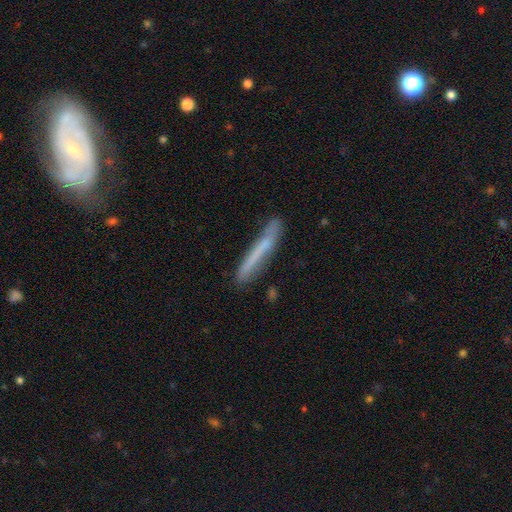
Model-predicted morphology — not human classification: This appears to be a smooth galaxy with no disk features (54%) that is cigar-shaped (96%). Merging: none (75%).